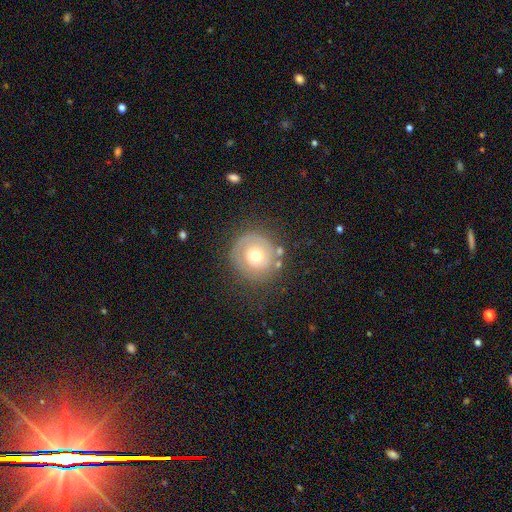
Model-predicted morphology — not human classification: smooth_or_featured: smooth (p=0.46) [alt: featured or disk p=0.45]
merging: none (p=0.73) [alt: minor disturbance p=0.15]